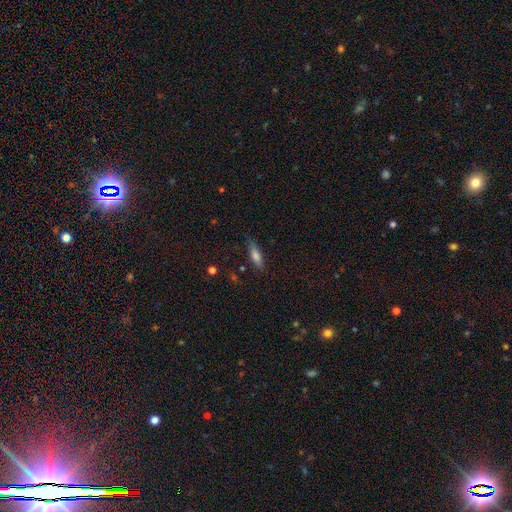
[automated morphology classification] Smooth or featured? Predicted: smooth (p=0.68). How rounded? Predicted: cigar-shaped (p=0.59). Merging? Predicted: none (p=0.76).